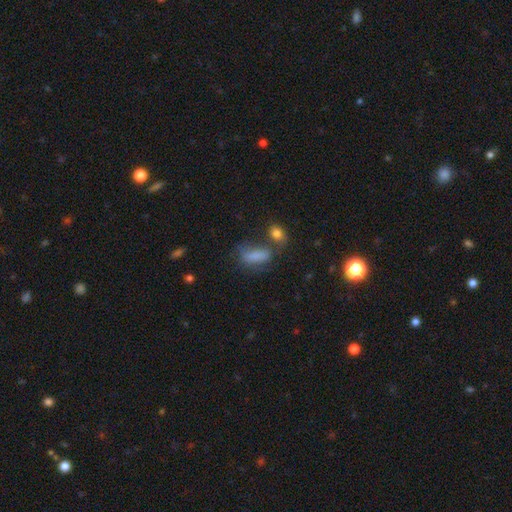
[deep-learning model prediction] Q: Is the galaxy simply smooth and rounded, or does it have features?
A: smooth — 76%.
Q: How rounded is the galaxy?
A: in between — 74%.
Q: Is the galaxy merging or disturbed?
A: none — 40%.